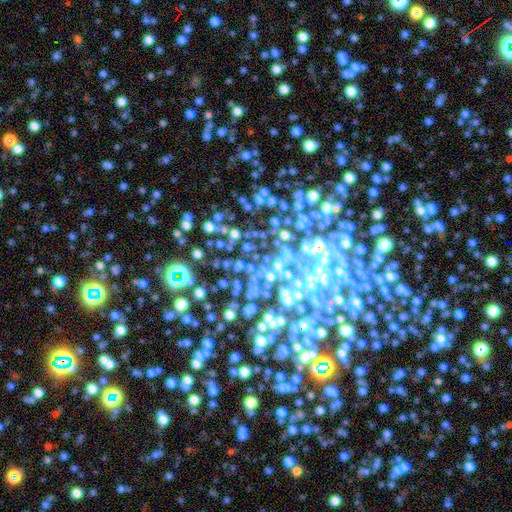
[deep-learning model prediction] Smooth or featured: star or artifact — 68% (smooth — 18%)